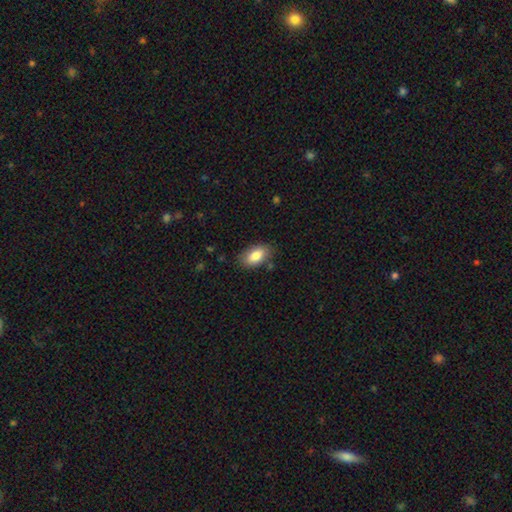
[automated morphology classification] The model was most divided on "merging": none: 81%, minor disturbance: 14%, major disturbance: 3%, merger: 2%. More confident: how rounded — in between (92%); smooth or featured — smooth (84%).